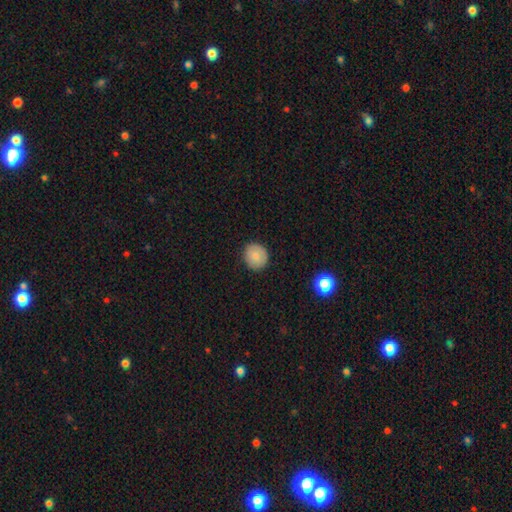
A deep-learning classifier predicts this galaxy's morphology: Smooth or featured: smooth — 83% (featured or disk — 9%)
How rounded: round — 84% (in between — 15%)
Merging: none — 88% (minor disturbance — 9%)